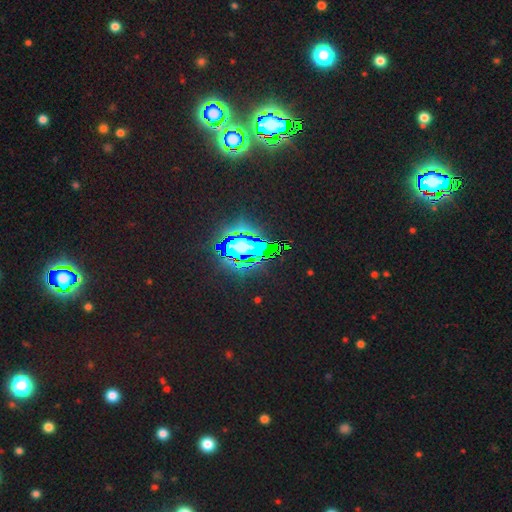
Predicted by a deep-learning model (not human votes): smooth_or_featured: star or artifact (p=0.83) [alt: smooth p=0.10]